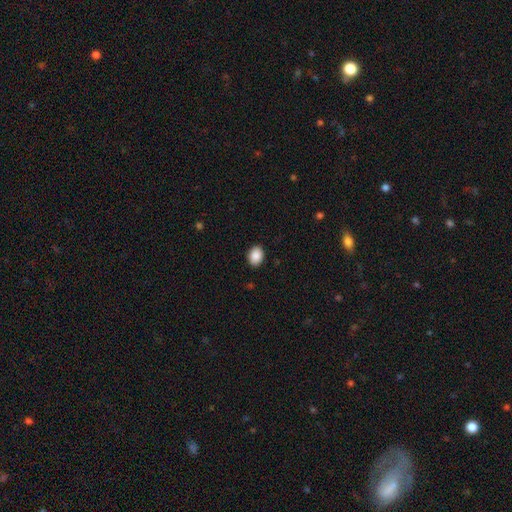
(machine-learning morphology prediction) Overall: smooth (89%). How rounded: in between (70%; round 30%). Merging: none (89%).